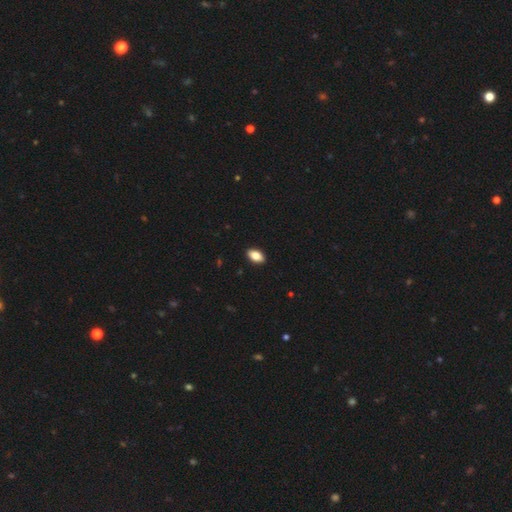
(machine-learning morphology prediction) Smooth or featured? Predicted: smooth (p=0.83). How rounded? Predicted: in between (p=0.92). Merging? Predicted: none (p=0.91).